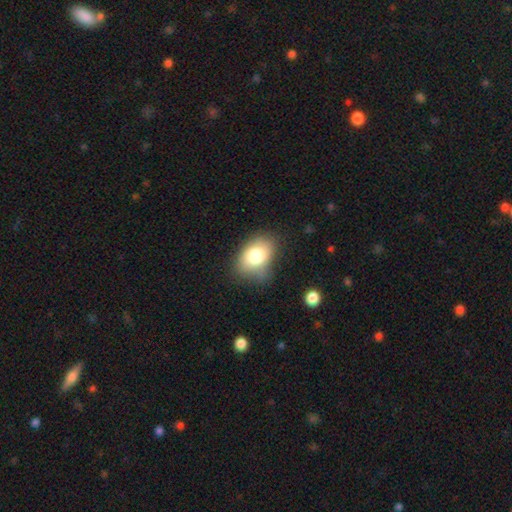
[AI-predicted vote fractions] Smooth or featured? Predicted: smooth (p=0.79). How rounded? Predicted: in between (p=0.82). Merging? Predicted: none (p=0.66).